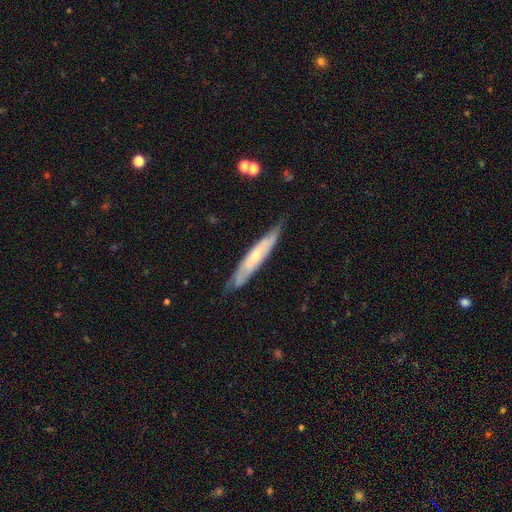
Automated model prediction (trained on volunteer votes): Smooth or featured: featured or disk — 56% (smooth — 38%)
Edge-on disk: yes — 61% (no — 39%)
Merging: none — 76% (minor disturbance — 19%)